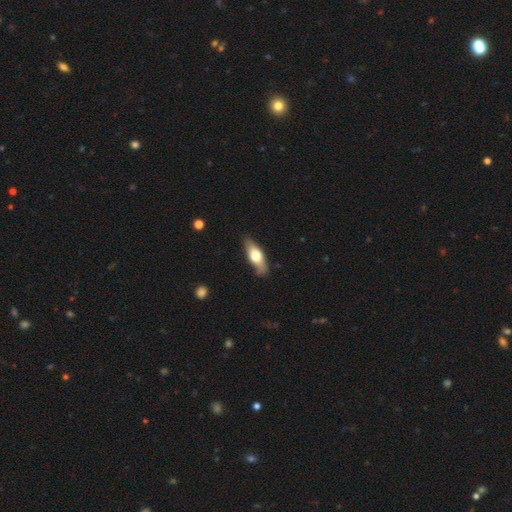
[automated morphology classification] smooth 56%, featured or disk 38%, star or artifact 6%. Down the decision tree: how rounded — in between (64%); merging — none (73%).